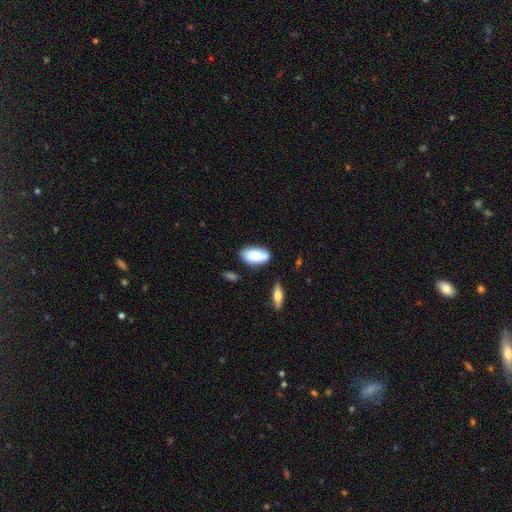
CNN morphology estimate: A smooth galaxy with no disk features (74%) that is in between round and cigar-shaped (92%).

Vote fractions:
- Smooth or featured? smooth: 74% / featured or disk: 19% / star or artifact: 7%
- How rounded? in between: 92% / cigar-shaped: 5% / round: 3%
- Merging? none: 67% / minor disturbance: 20% / merger: 9% / major disturbance: 4%